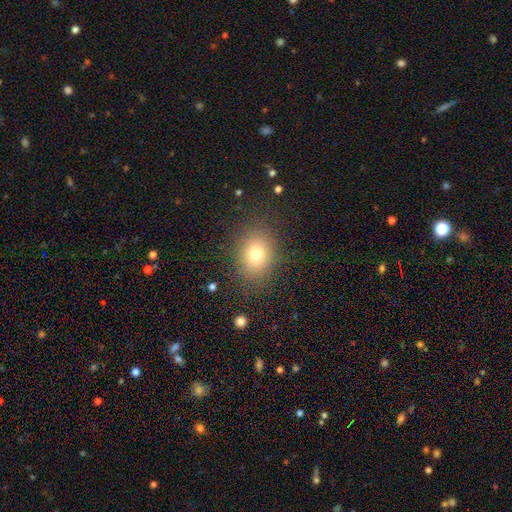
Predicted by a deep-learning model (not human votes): Smooth or featured: smooth — 76% (star or artifact — 14%)
How rounded: in between — 51% (round — 48%)
Merging: none — 86% (minor disturbance — 9%)